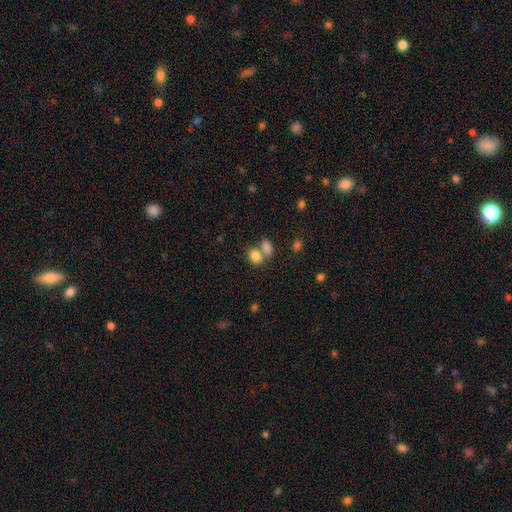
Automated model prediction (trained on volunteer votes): Smooth or featured: smooth — 83% (star or artifact — 10%)
How rounded: in between — 77% (round — 22%)
Merging: merger — 48% (none — 39%)